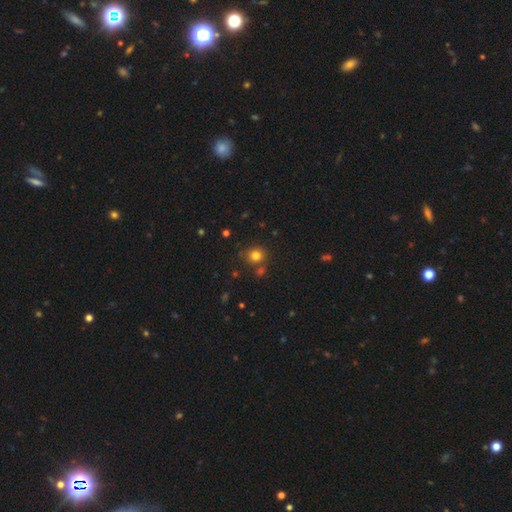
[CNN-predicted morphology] Smooth or featured? Predicted: smooth (p=0.79). How rounded? Predicted: round (p=0.86). Merging? Predicted: none (p=0.75).